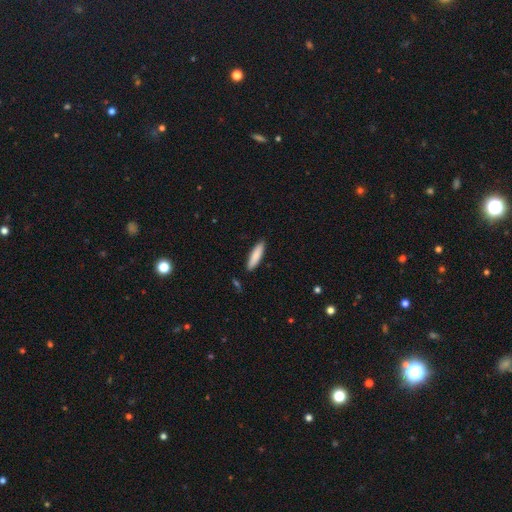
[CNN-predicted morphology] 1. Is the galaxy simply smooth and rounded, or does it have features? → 86% smooth, 9% featured or disk, 6% star or artifact.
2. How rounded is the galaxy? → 71% cigar-shaped, 28% in between, 1% round.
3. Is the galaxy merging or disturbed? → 88% none, 8% minor disturbance, 2% major disturbance, 2% merger.